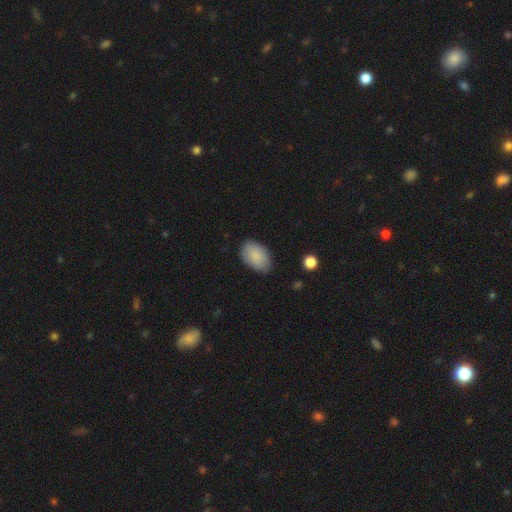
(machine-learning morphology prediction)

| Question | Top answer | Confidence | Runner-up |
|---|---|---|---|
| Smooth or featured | smooth | 87% | featured or disk (6%) |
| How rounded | in between | 91% | round (8%) |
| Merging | none | 80% | minor disturbance (16%) |